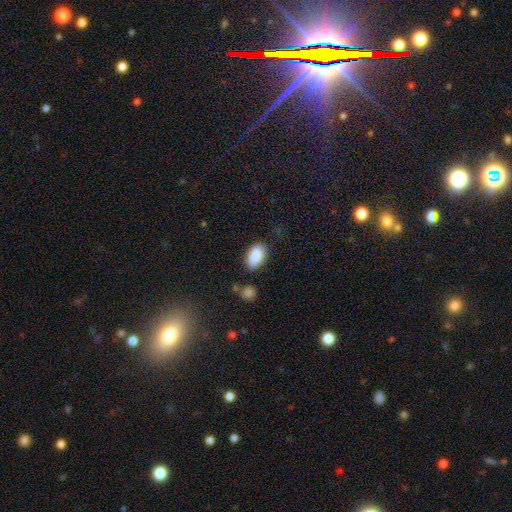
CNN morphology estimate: Smooth or featured: smooth — 87% (star or artifact — 7%)
How rounded: in between — 93% (round — 5%)
Merging: none — 80% (minor disturbance — 14%)